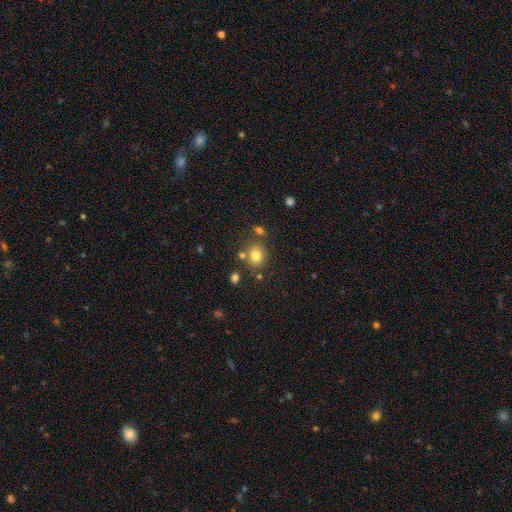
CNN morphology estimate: A smooth galaxy with no disk features (78%) that is round (72%).

Vote fractions:
- Smooth or featured? smooth: 78% / star or artifact: 13% / featured or disk: 9%
- How rounded? round: 72% / in between: 27% / cigar-shaped: 1%
- Merging? none: 73% / minor disturbance: 12% / merger: 11% / major disturbance: 4%